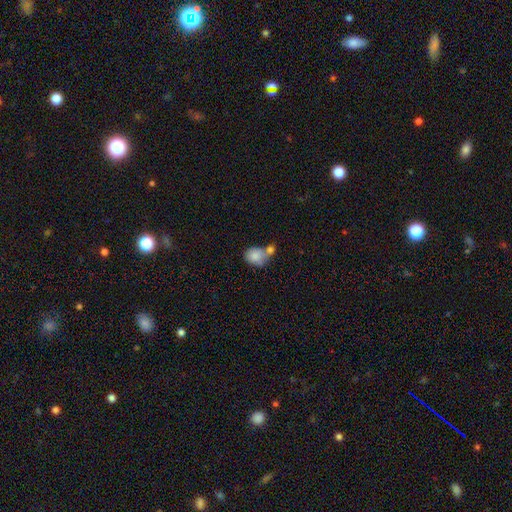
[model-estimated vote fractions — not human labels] This appears to be a smooth galaxy with no disk features (81%) that is in between round and cigar-shaped (50%). Merging: merger (52%).